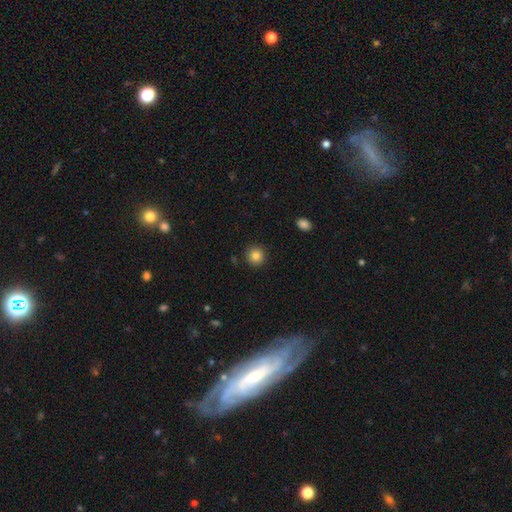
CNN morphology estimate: Smooth or featured? smooth (84%)
How rounded? round (94%)
Merging? none (91%)